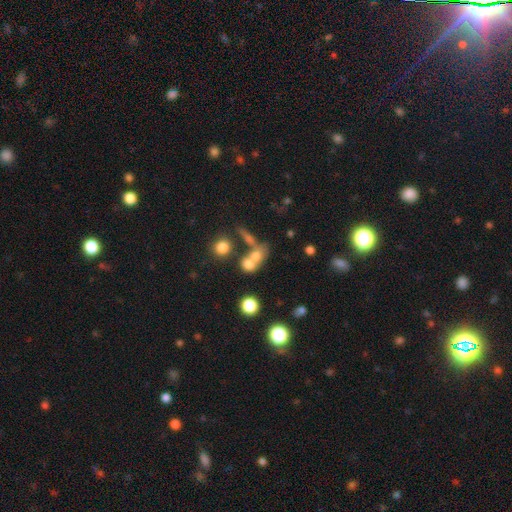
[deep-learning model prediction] This appears to be a smooth galaxy with no disk features (67%) that is round (52%). Merging: merger (58%).